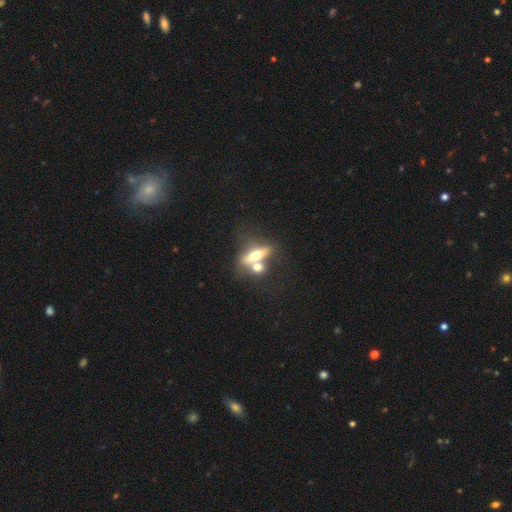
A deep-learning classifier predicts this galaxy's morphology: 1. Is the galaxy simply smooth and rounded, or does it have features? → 47% featured or disk, 45% smooth, 8% star or artifact.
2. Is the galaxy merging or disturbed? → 53% merger, 31% none, 9% minor disturbance, 7% major disturbance.